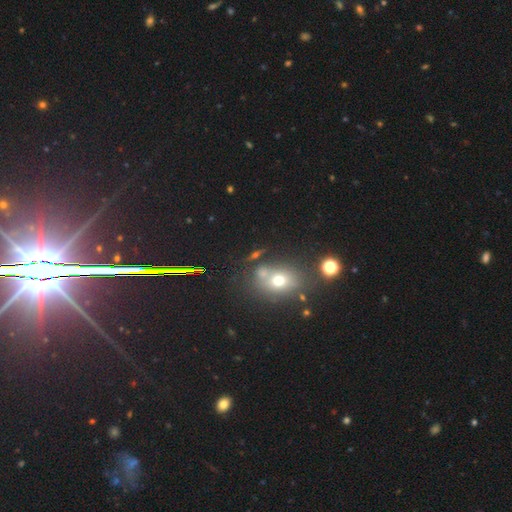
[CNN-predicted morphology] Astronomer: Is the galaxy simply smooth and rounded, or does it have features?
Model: smooth — 51% (runner-up: star or artifact, 33%).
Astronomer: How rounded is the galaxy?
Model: round — 53% (runner-up: in between, 45%).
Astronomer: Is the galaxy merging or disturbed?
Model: none — 63%.